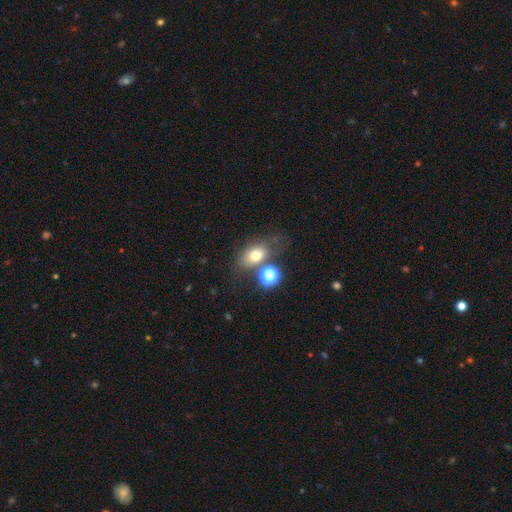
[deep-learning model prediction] This appears to be a smooth galaxy with no disk features (71%) that is in between round and cigar-shaped (71%). Merging: none (54%).